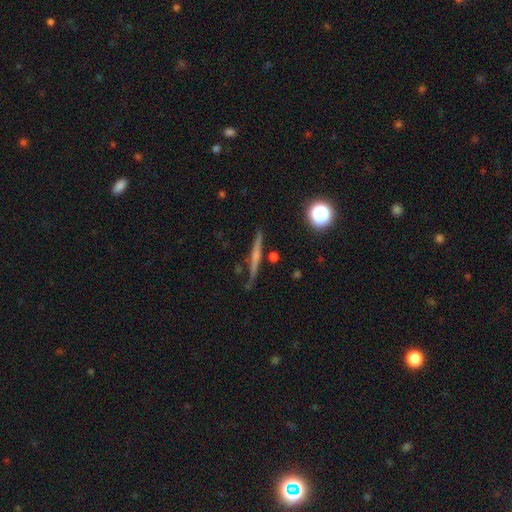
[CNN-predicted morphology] Overall: featured or disk (58%; smooth 32%). Edge-on disk: yes (97%). Edge-on bulge: none (51%; rounded 40%). Merging: none (86%).